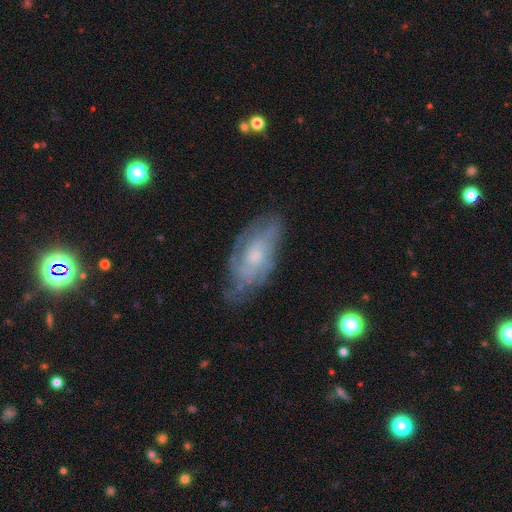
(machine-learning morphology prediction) A featured or disk galaxy (69%) with no bar (76%), tight (52%) spiral arms (80%) and a moderate central bulge (41%). Merging: none (64%).